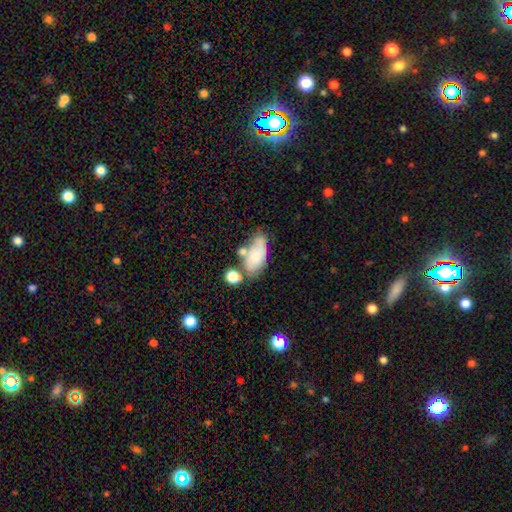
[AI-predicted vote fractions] A smooth galaxy with no disk features (67%) that is in between round and cigar-shaped (91%). Merging: none (39%).